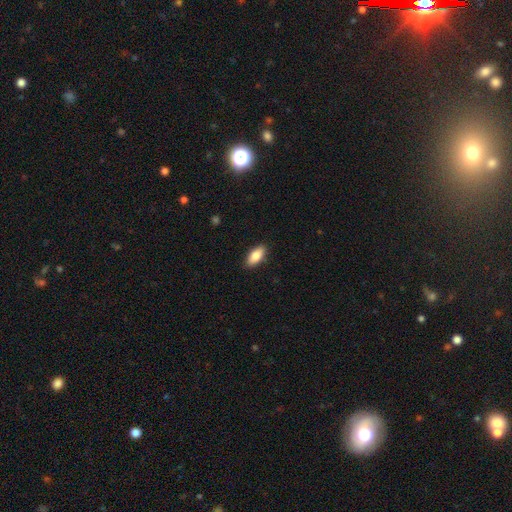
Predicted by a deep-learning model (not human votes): A smooth galaxy with no disk features (83%) that is in between round and cigar-shaped (84%).

Vote fractions:
- Smooth or featured? smooth: 83% / featured or disk: 11% / star or artifact: 6%
- How rounded? in between: 84% / cigar-shaped: 13% / round: 2%
- Merging? none: 89% / minor disturbance: 9% / major disturbance: 2% / merger: 1%